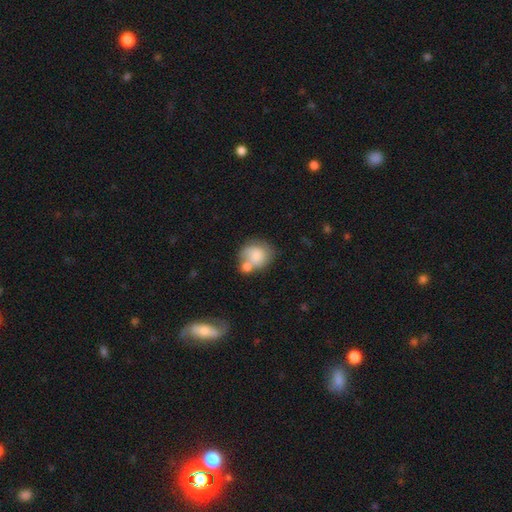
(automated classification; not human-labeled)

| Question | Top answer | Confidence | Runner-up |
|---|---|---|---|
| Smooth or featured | smooth | 72% | featured or disk (20%) |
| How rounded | round | 64% | in between (35%) |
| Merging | merger | 37% | none (35%) |